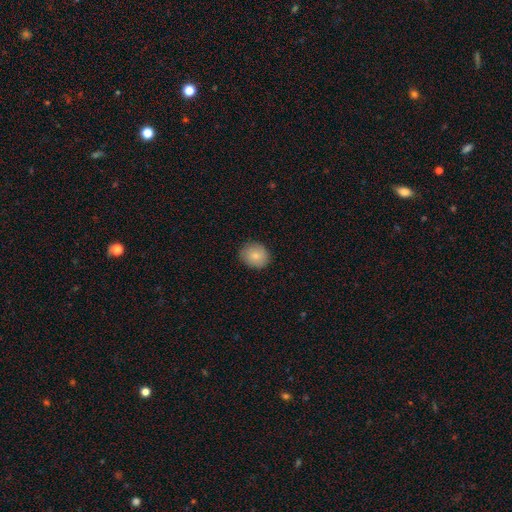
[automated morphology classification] This appears to be a smooth galaxy with no disk features (80%) that is round (70%). Merging: none (86%).